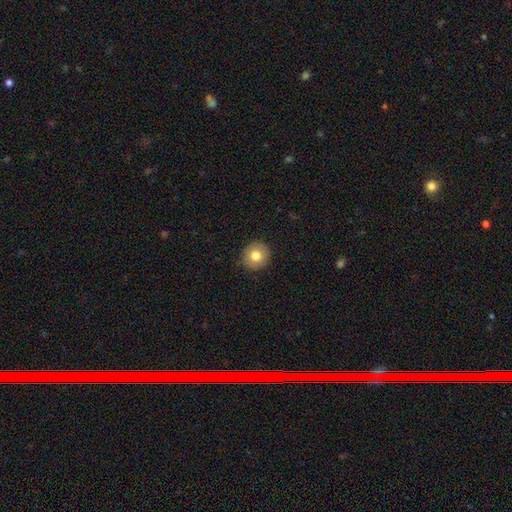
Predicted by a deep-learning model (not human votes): smooth 80%, featured or disk 11%, star or artifact 9%. Down the decision tree: how rounded — round (88%); merging — none (90%).